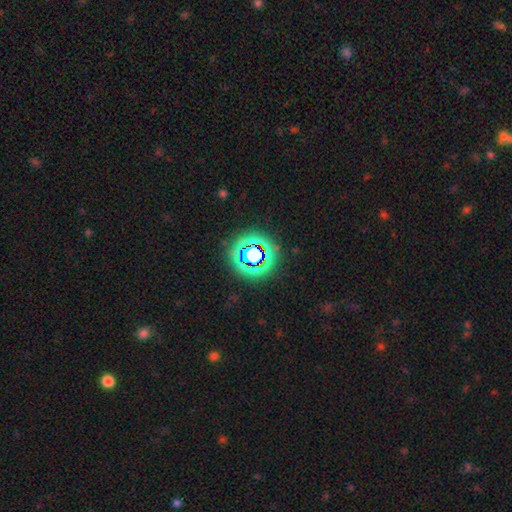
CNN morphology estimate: type=star or artifact (76%).